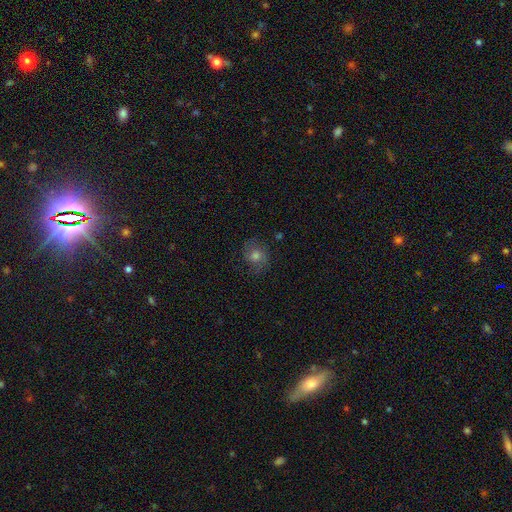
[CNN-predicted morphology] smooth_or_featured: featured or disk (p=0.45) [alt: smooth p=0.39]
merging: none (p=0.77) [alt: minor disturbance p=0.15]